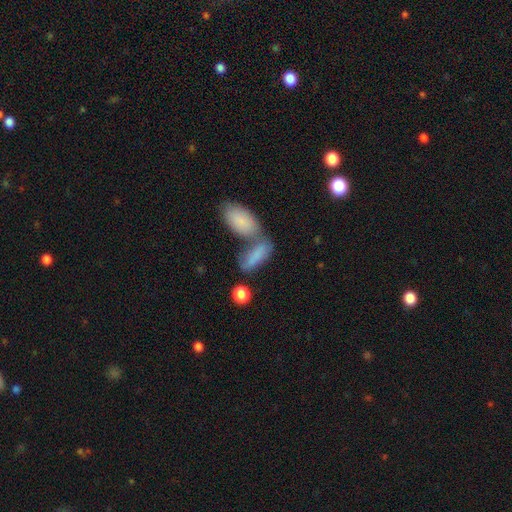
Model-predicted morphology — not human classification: type=smooth (79%); roundness=in between (72%); merging=merger (48%).